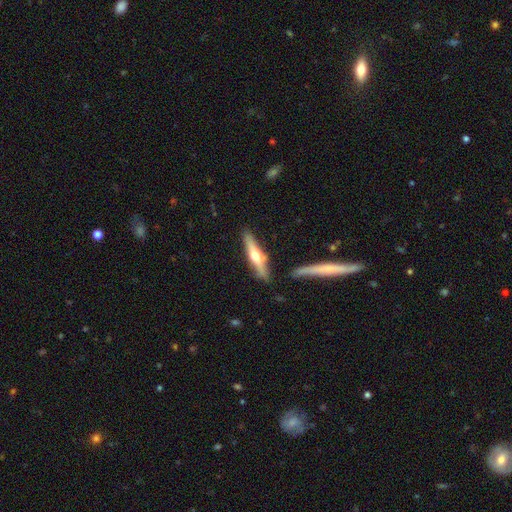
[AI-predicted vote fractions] Smooth or featured? featured or disk (57%)
Edge-on disk? yes (94%)
Edge-on bulge? rounded (91%)
Merging? none (78%)